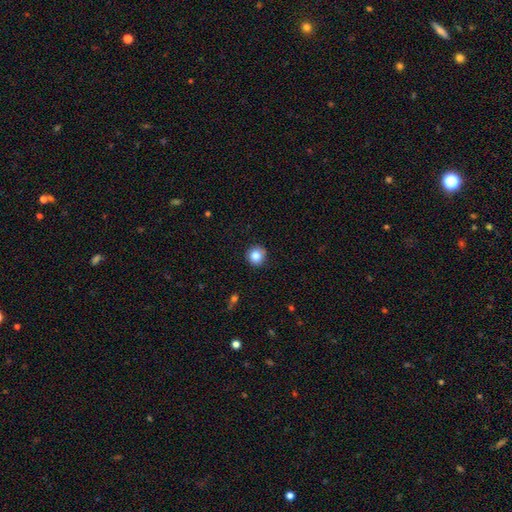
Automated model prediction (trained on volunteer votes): Smooth or featured: smooth — 85% (star or artifact — 10%)
How rounded: round — 92% (in between — 7%)
Merging: none — 88% (minor disturbance — 9%)